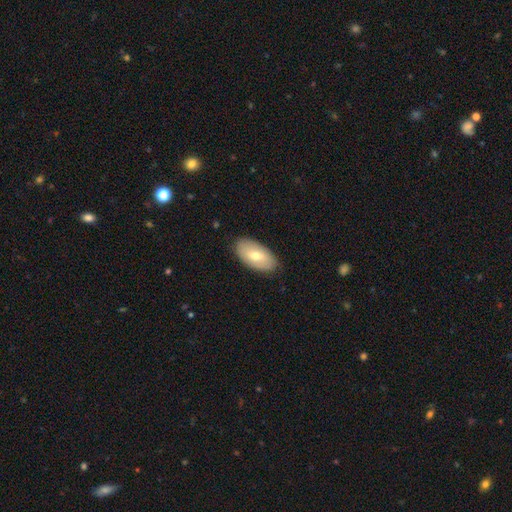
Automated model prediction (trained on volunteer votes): smooth-or-featured: smooth: 65% | featured or disk: 29% | star or artifact: 6%
  how-rounded: in between: 95% | round: 3% | cigar-shaped: 2%
  merging: none: 87% | minor disturbance: 10% | major disturbance: 2% | merger: 1%